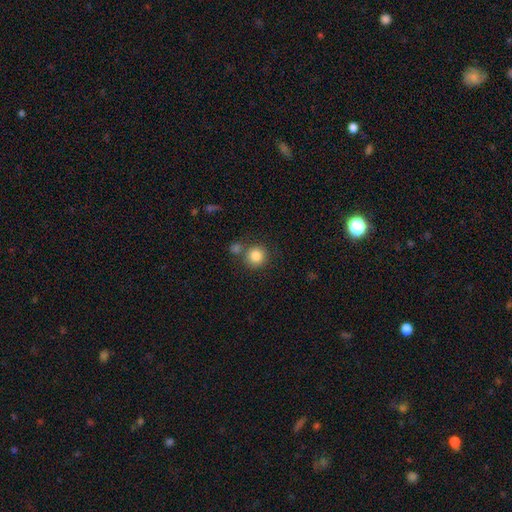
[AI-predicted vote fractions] This is clearly a smooth galaxy (84%). How rounded: clearly round (91%). Merging: likely none (71%).